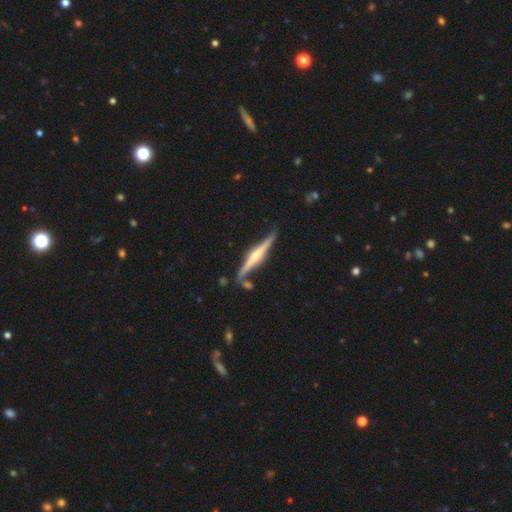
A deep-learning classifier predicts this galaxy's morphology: Smooth or featured? featured or disk (77%)
Edge-on disk? yes (96%)
Edge-on bulge? rounded (77%)
Merging? none (70%)